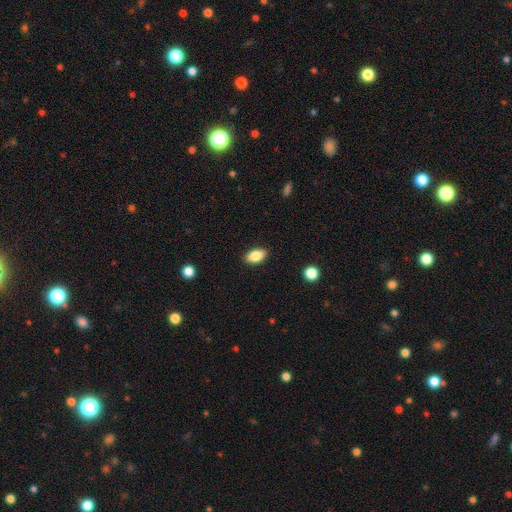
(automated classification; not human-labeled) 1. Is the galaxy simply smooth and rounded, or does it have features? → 85% smooth, 8% star or artifact, 7% featured or disk.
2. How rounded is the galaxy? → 91% in between, 5% round, 4% cigar-shaped.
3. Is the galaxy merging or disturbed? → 88% none, 9% minor disturbance, 2% major disturbance, 1% merger.